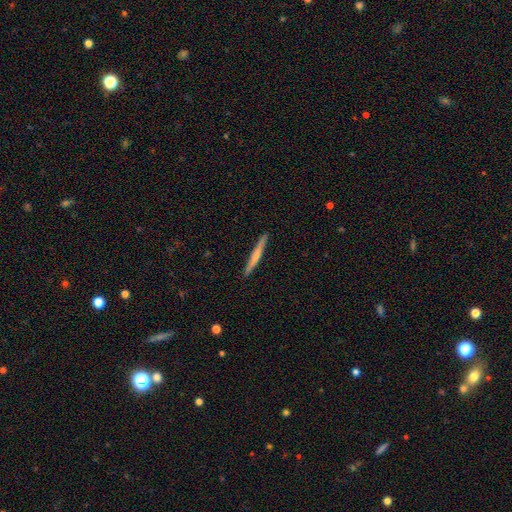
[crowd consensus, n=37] A smooth galaxy with no disk features (65%) that is cigar-shaped (100%).

Vote fractions:
- Smooth or featured? smooth: 65% / featured or disk: 32% / star or artifact: 3%
- How rounded? cigar-shaped: 100% / round: 0% / in between: 0%
- Merging? none: 89% / minor disturbance: 8% / major disturbance: 3% / merger: 0%